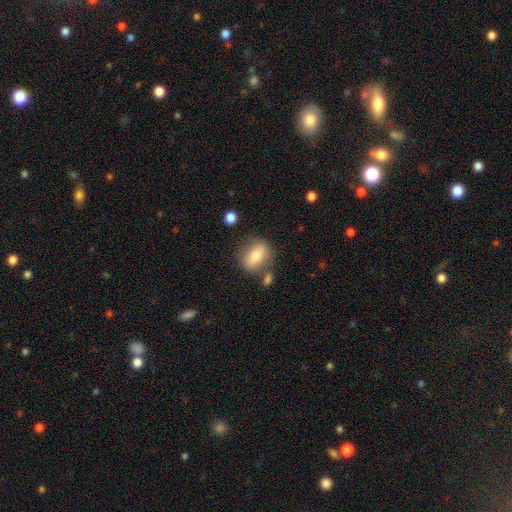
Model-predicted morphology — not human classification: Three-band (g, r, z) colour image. It shows a smooth galaxy with no disk features (66%) that is in between round and cigar-shaped (61%). Merging: none (72%).